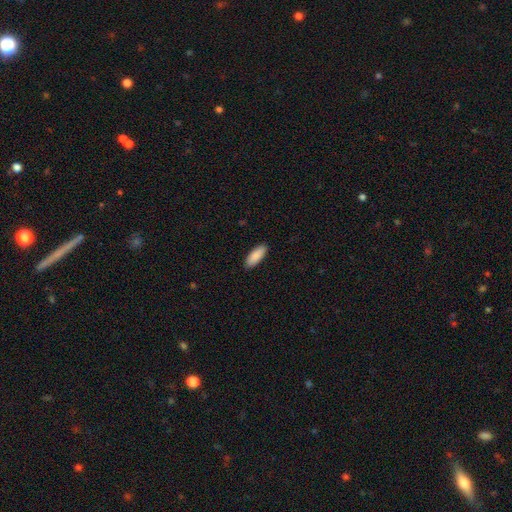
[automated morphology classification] A smooth galaxy with no disk features (90%) that is in between round and cigar-shaped (75%). Merging: none (90%).